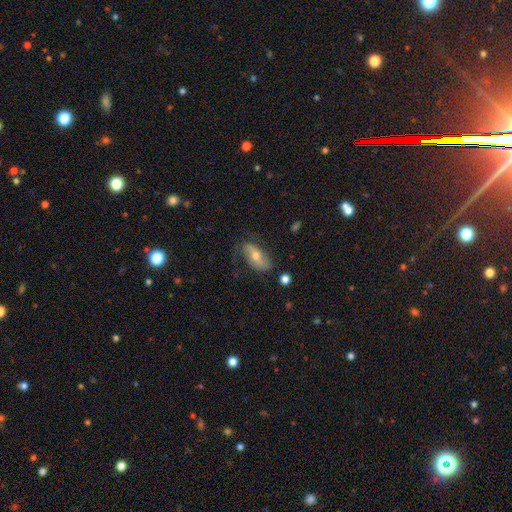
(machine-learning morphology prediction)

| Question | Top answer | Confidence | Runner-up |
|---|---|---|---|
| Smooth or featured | featured or disk | 55% | smooth (36%) |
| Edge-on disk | no | 83% | yes (17%) |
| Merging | none | 67% | minor disturbance (22%) |